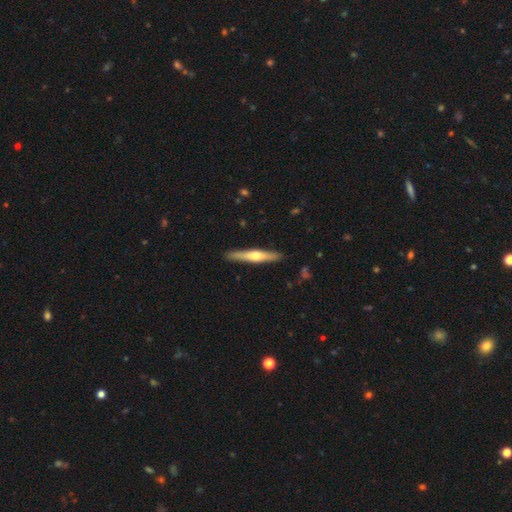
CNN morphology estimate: smooth_or_featured: featured or disk (p=0.56) [alt: smooth p=0.39]
disk_edge_on: yes (p=0.95) [alt: no p=0.05]
edge_on_bulge: rounded (p=0.90) [alt: none p=0.07]
merging: none (p=0.90) [alt: minor disturbance p=0.07]